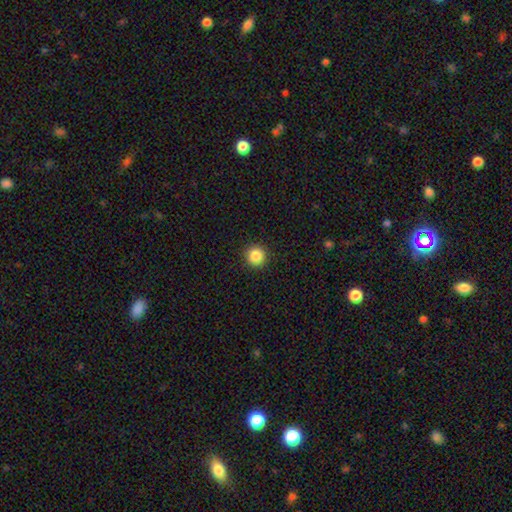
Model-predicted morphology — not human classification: Q: Smooth or featured?
A: smooth (86%); runner-up: star or artifact (10%)
Q: How rounded?
A: round (95%); runner-up: in between (4%)
Q: Merging?
A: none (92%); runner-up: minor disturbance (5%)